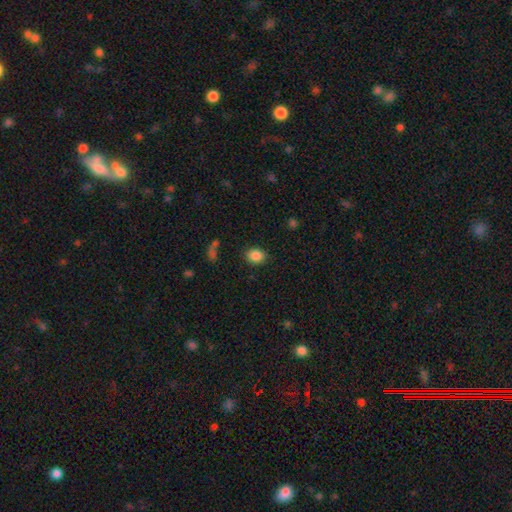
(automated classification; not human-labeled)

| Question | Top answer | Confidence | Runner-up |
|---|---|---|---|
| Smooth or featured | smooth | 86% | star or artifact (10%) |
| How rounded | round | 50% | in between (49%) |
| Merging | none | 85% | minor disturbance (10%) |